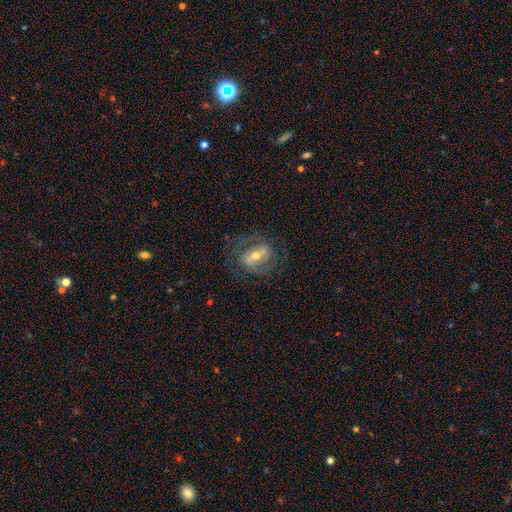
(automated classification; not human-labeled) Smooth or featured? Predicted: featured or disk (p=0.80). Edge-on disk? Predicted: no (p=0.95). Bar? Predicted: strong (p=0.43). Spiral arms? Predicted: yes (p=0.89). Spiral winding? Predicted: medium (p=0.48). Spiral arm count? Predicted: 2 (p=0.71). Bulge size? Predicted: moderate (p=0.62). Merging? Predicted: none (p=0.70).